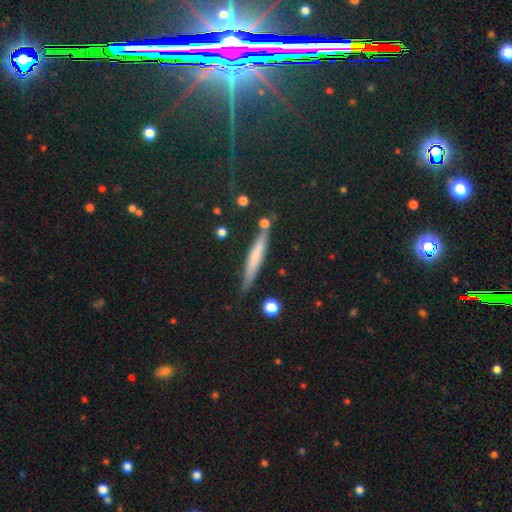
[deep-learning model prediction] This is possibly a smooth galaxy (56%). How rounded: clearly cigar-shaped (93%). Merging: clearly none (81%).